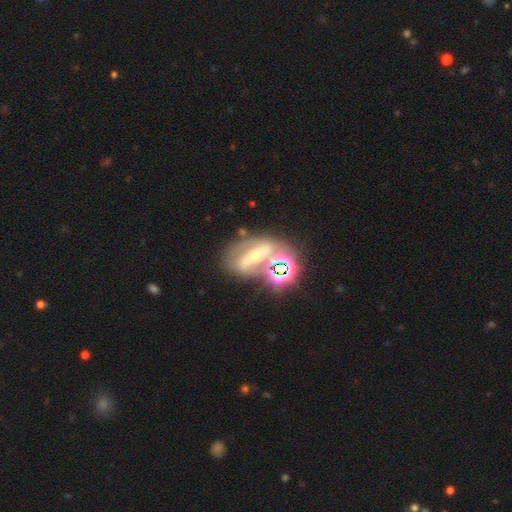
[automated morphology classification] Smooth or featured: featured or disk — 64% (star or artifact — 21%)
Edge-on disk: no — 78% (yes — 22%)
Merging: none — 54% (merger — 19%)